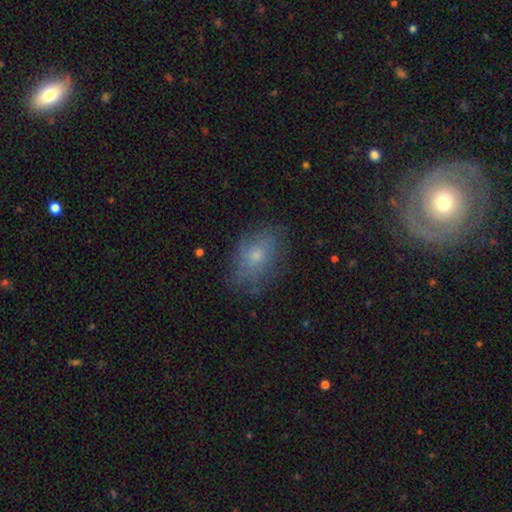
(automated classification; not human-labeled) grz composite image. It shows a smooth galaxy with no disk features (61%) that is in between round and cigar-shaped (81%). Merging: none (70%).